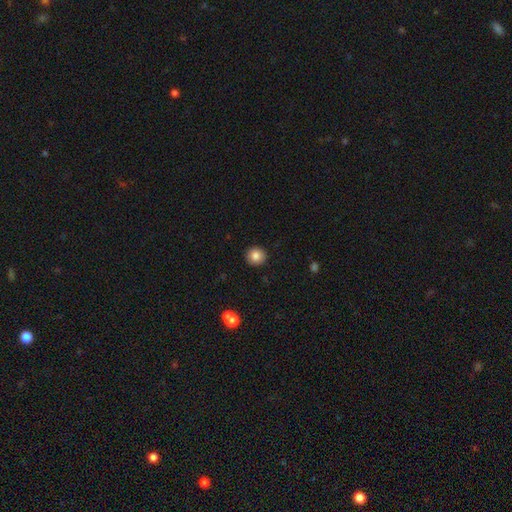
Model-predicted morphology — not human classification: Smooth or featured? Predicted: smooth (p=0.84). How rounded? Predicted: round (p=0.90). Merging? Predicted: none (p=0.92).